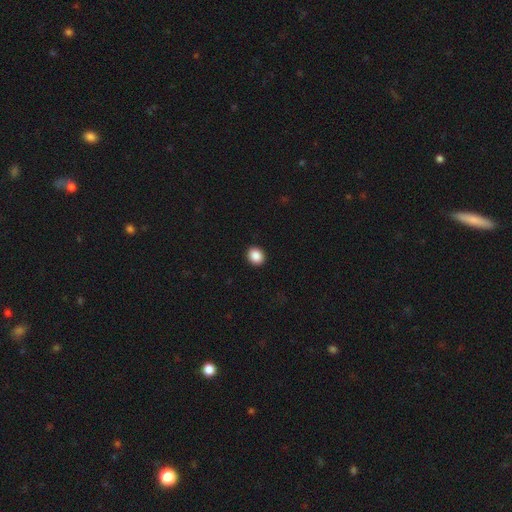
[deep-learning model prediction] Overall: smooth (89%). How rounded: round (64%; in between 35%). Merging: none (92%).